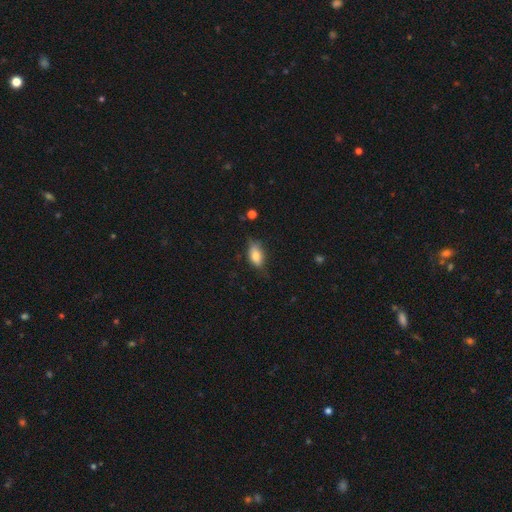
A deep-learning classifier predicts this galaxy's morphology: smooth_or_featured: smooth (p=0.76) [alt: featured or disk p=0.16]
how_rounded: in between (p=0.86) [alt: cigar-shaped p=0.09]
merging: none (p=0.66) [alt: minor disturbance p=0.26]